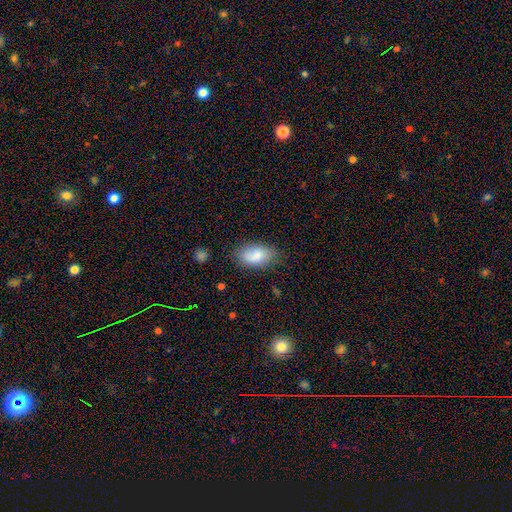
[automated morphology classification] A smooth galaxy with no disk features (79%) that is in between round and cigar-shaped (92%).

Vote fractions:
- Smooth or featured? smooth: 79% / featured or disk: 14% / star or artifact: 7%
- How rounded? in between: 92% / round: 6% / cigar-shaped: 2%
- Merging? none: 71% / minor disturbance: 21% / major disturbance: 5% / merger: 2%